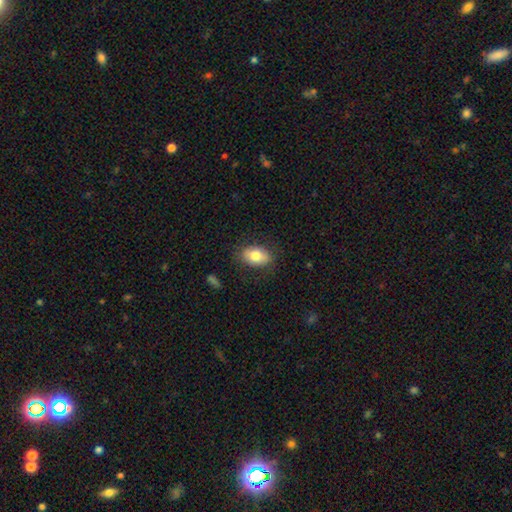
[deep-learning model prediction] smooth 77%, featured or disk 15%, star or artifact 8%. Down the decision tree: how rounded — in between (85%); merging — none (81%).